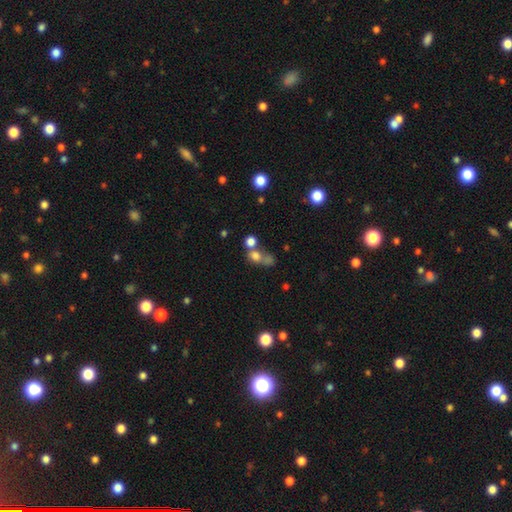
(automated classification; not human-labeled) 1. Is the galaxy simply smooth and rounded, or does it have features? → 70% smooth, 17% star or artifact, 14% featured or disk.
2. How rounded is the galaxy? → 70% round, 28% in between, 2% cigar-shaped.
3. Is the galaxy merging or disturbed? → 45% merger, 35% none, 10% major disturbance, 10% minor disturbance.